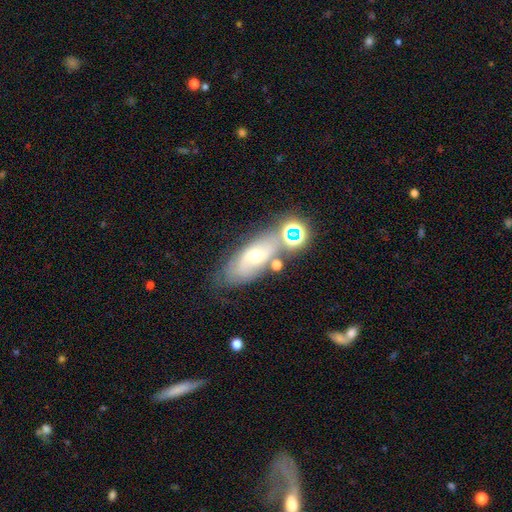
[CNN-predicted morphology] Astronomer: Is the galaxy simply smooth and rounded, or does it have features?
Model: featured or disk — 56%.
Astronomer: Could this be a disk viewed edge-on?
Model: no — 85%.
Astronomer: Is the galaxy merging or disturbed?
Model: none — 58%.